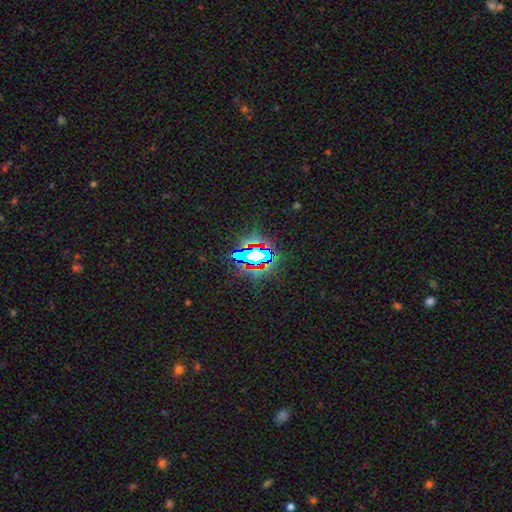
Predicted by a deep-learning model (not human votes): star or artifact 71%, smooth 16%, featured or disk 13%.